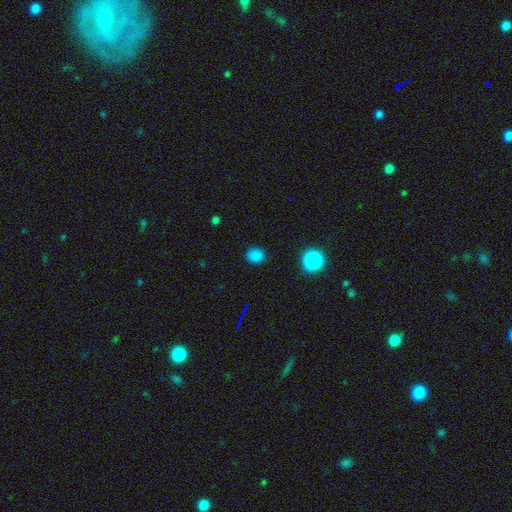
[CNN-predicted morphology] This appears to be a smooth galaxy with no disk features (80%) that is round (73%). Merging: none (86%).